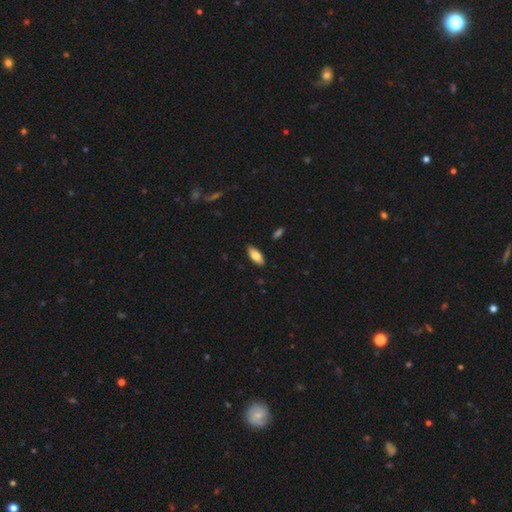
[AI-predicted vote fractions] Overall: smooth (79%). How rounded: in between (83%). Merging: none (88%).